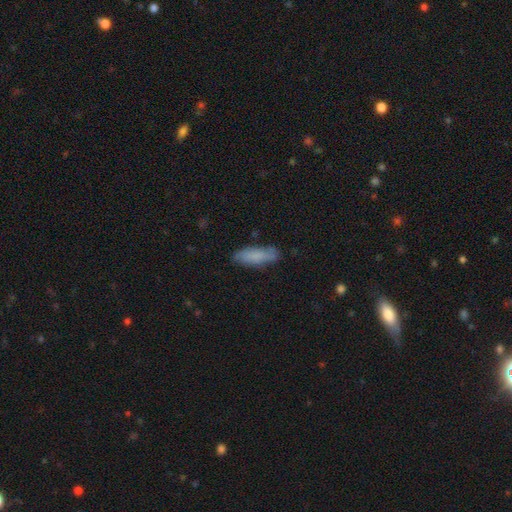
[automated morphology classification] The model was most divided on "how rounded": cigar-shaped: 54%, in between: 44%, round: 2%. More confident: merging — none (81%); smooth or featured — smooth (77%).